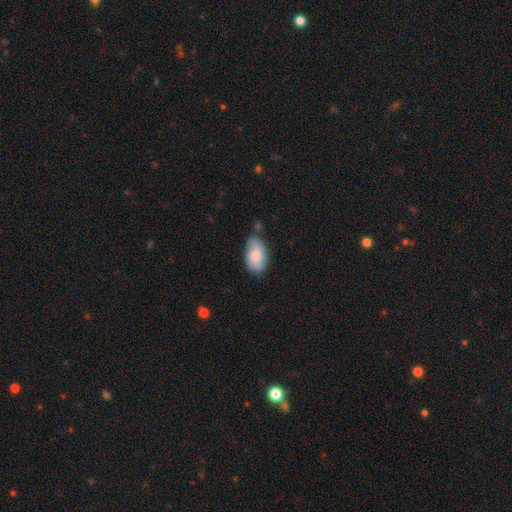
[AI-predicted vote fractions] Smooth or featured? smooth (65%)
How rounded? in between (92%)
Merging? none (57%)